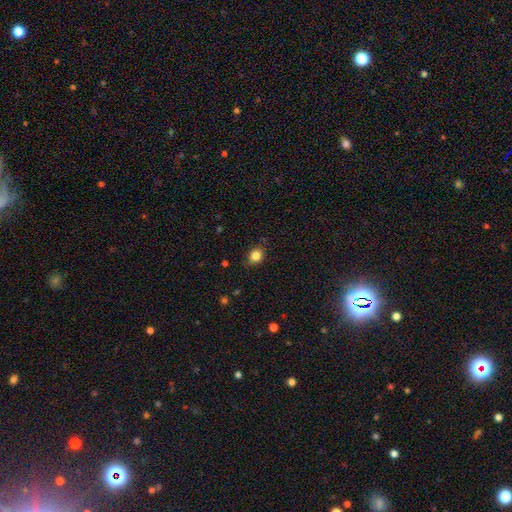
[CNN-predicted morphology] Overall: smooth (83%). How rounded: round (73%). Merging: none (81%).